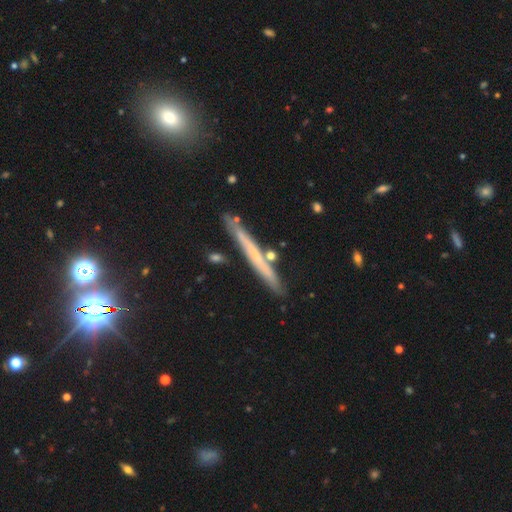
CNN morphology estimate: A featured or disk galaxy (55%) viewed edge-on (94%) with no central bulge (79%).

Vote fractions:
- Smooth or featured? featured or disk: 55% / smooth: 36% / star or artifact: 9%
- Edge-on disk? yes: 94% / no: 6%
- Edge-on bulge? none: 79% / rounded: 17% / boxy: 4%
- Merging? none: 83% / minor disturbance: 11% / merger: 4% / major disturbance: 2%